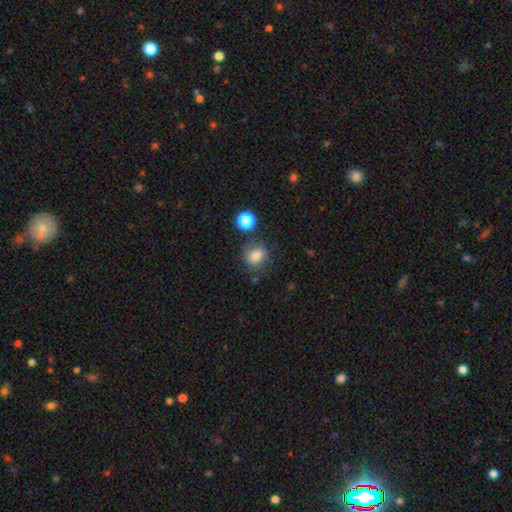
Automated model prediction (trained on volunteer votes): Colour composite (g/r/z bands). It shows a smooth galaxy with no disk features (79%) that is round (54%). Merging: none (72%).